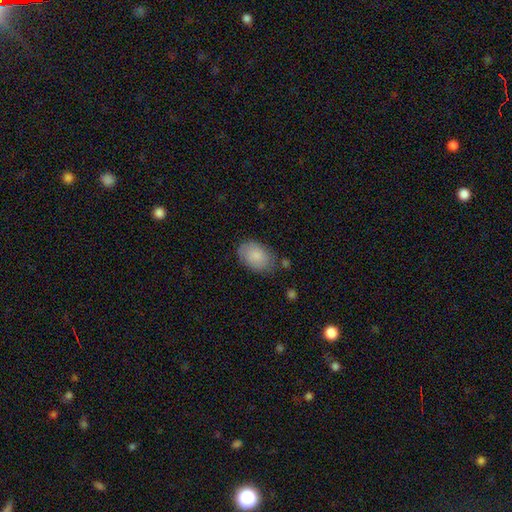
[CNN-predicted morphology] smooth_or_featured: smooth (p=0.83) [alt: featured or disk p=0.10]
how_rounded: in between (p=0.87) [alt: round p=0.12]
merging: none (p=0.69) [alt: minor disturbance p=0.23]